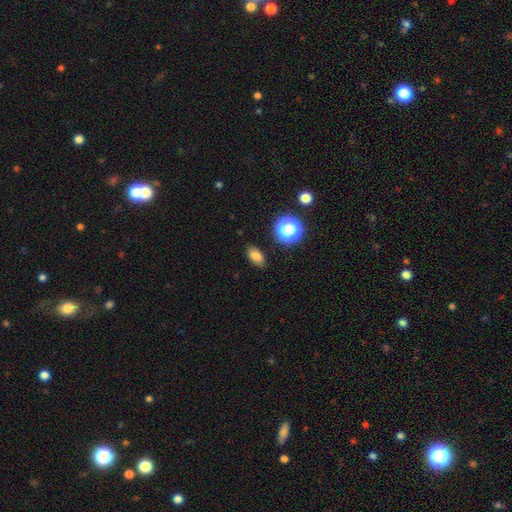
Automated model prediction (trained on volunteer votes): A smooth galaxy with no disk features (79%) that is in between round and cigar-shaped (85%). Merging: none (84%).